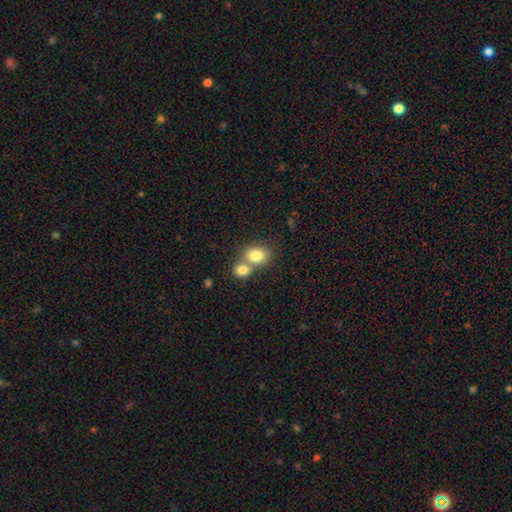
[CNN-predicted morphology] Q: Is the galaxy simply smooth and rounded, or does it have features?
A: smooth — 80%.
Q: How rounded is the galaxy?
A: round — 51%.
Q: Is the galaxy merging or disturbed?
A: merger — 55%.